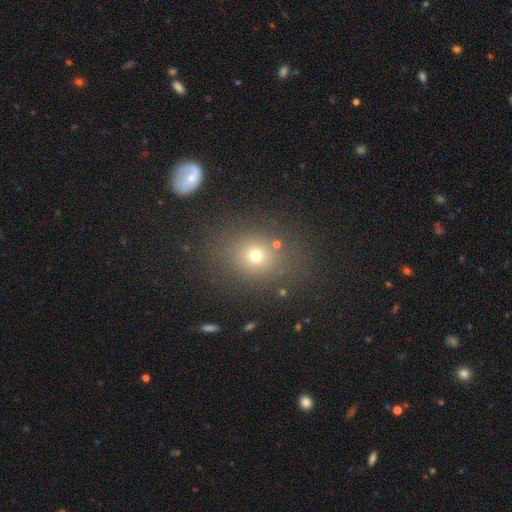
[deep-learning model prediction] A smooth galaxy with no disk features (68%) that is round (64%). Merging: none (80%).